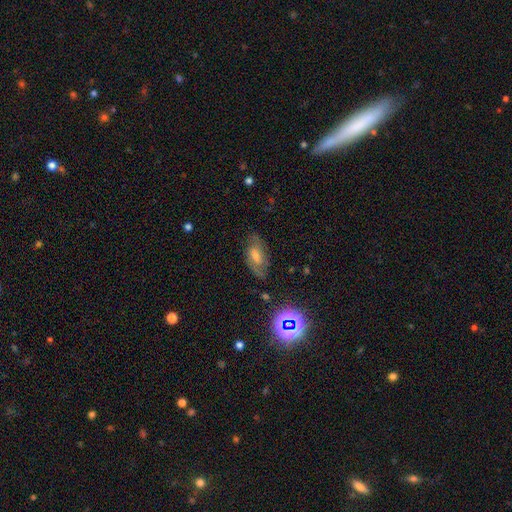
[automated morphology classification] Smooth or featured? Predicted: featured or disk (p=0.55). Edge-on disk? Predicted: no (p=0.92). Bar? Predicted: no (p=0.45). Spiral arms? Predicted: yes (p=0.85). Bulge size? Predicted: moderate (p=0.51). Merging? Predicted: none (p=0.71).